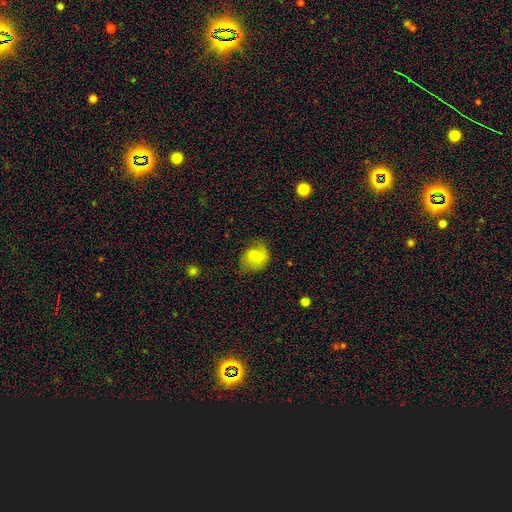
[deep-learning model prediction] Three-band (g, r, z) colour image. It shows a smooth galaxy with no disk features (58%) that is in between round and cigar-shaped (49%, tied with round). Merging: none (55%).